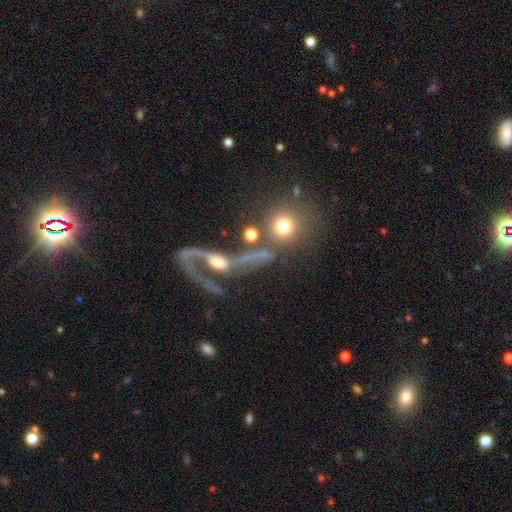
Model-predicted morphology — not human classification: Smooth or featured? featured or disk (52%)
Edge-on disk? no (80%)
Merging? none (40%)